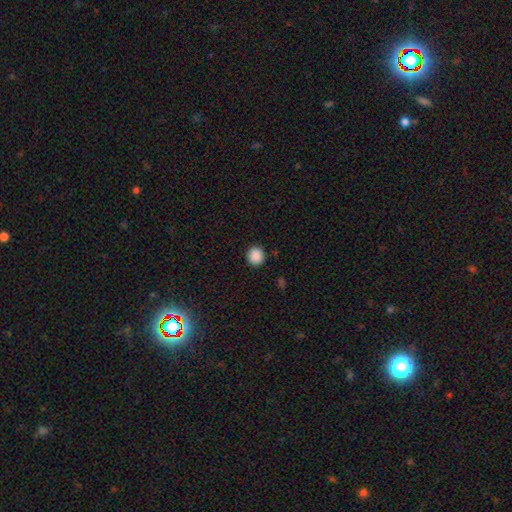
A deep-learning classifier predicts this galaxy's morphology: The model was most divided on "how rounded": round: 88%, in between: 11%, cigar-shaped: 1%. More confident: merging — none (91%); smooth or featured — smooth (88%).